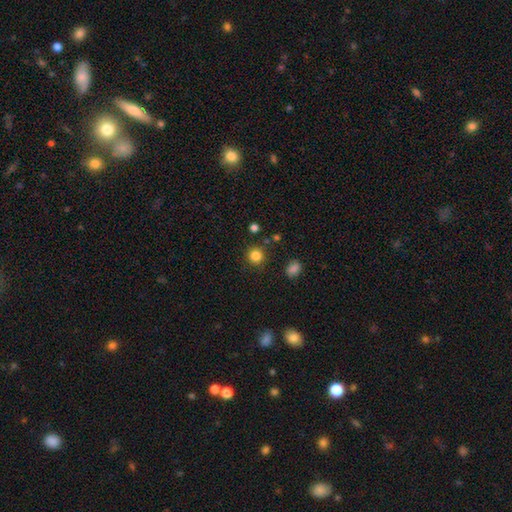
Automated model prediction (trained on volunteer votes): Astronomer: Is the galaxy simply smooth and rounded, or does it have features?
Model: smooth — 84%.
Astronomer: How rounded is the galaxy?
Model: round — 93%.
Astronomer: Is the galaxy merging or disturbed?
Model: none — 88%.